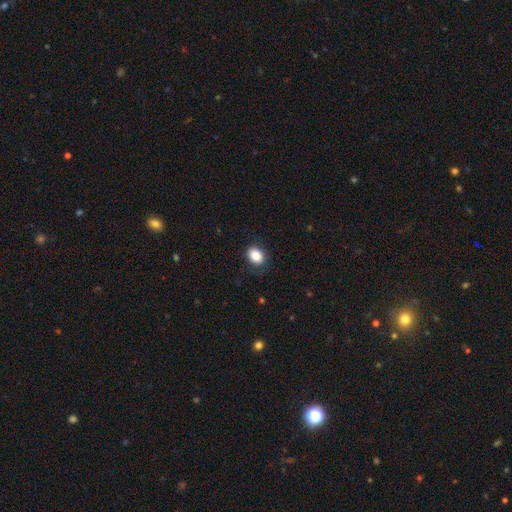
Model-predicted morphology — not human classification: smooth 86%, star or artifact 9%, featured or disk 5%. Down the decision tree: how rounded — in between (66%); merging — none (81%).